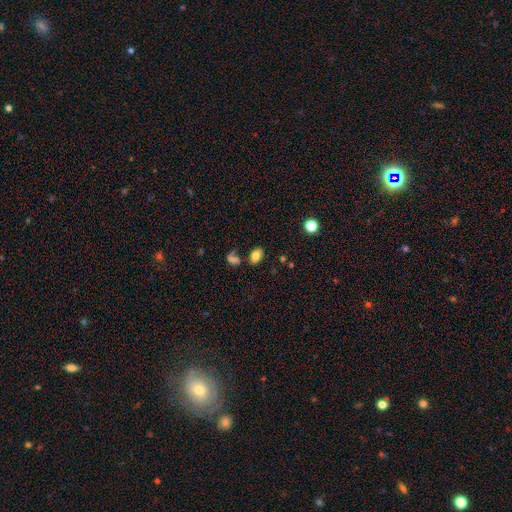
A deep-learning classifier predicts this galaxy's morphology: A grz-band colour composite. It shows a smooth galaxy with no disk features (78%) that is in between round and cigar-shaped (84%). Merging: none (70%).